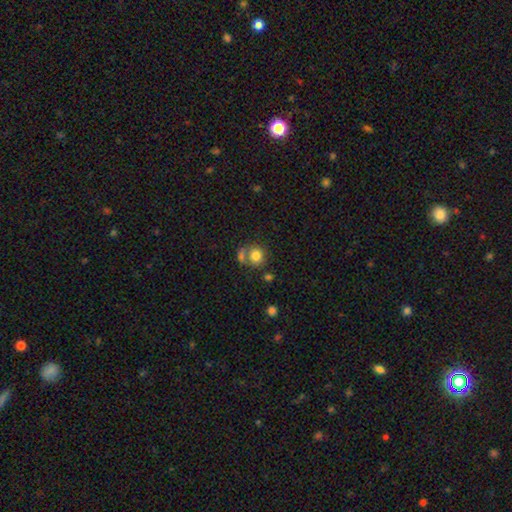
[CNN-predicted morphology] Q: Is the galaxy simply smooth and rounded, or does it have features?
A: smooth — 77%.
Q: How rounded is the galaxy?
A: round — 80%.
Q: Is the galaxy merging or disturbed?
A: none — 49%.